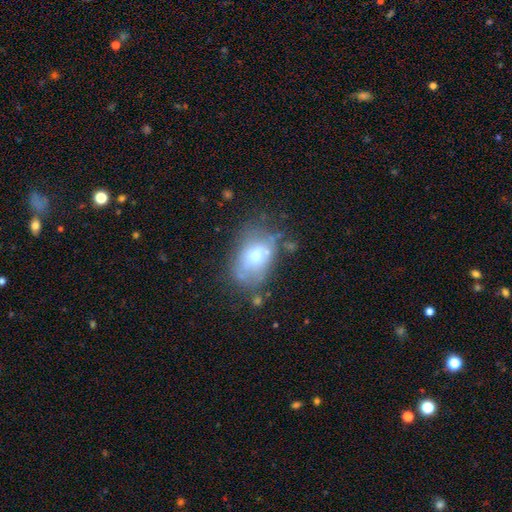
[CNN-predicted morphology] This appears to be a smooth galaxy with no disk features (57%) that is in between round and cigar-shaped (84%). Merging: none (46%).